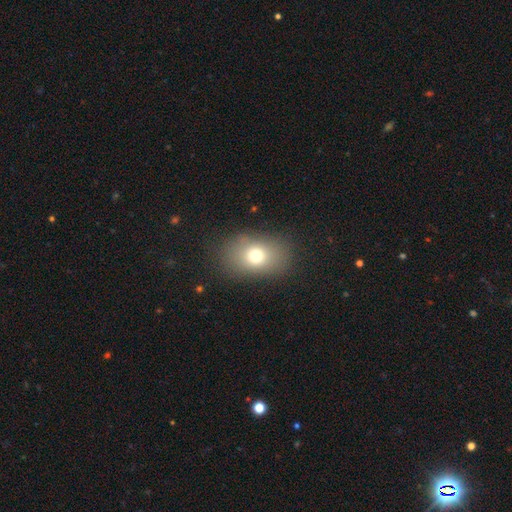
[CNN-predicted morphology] Smooth or featured? smooth (73%)
How rounded? in between (71%)
Merging? none (81%)